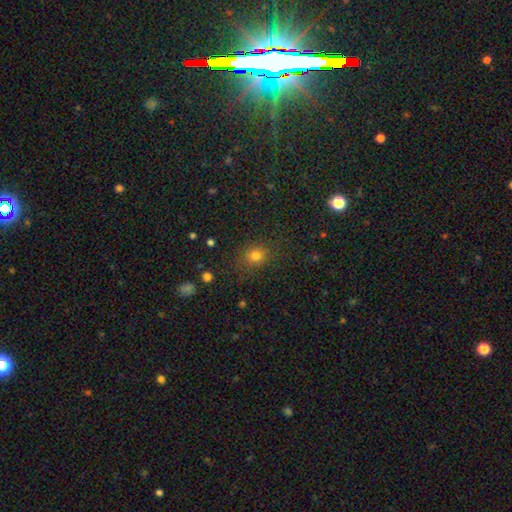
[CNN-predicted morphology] smooth_or_featured: smooth (p=0.77) [alt: star or artifact p=0.16]
how_rounded: round (p=0.76) [alt: in between p=0.23]
merging: none (p=0.83) [alt: minor disturbance p=0.11]